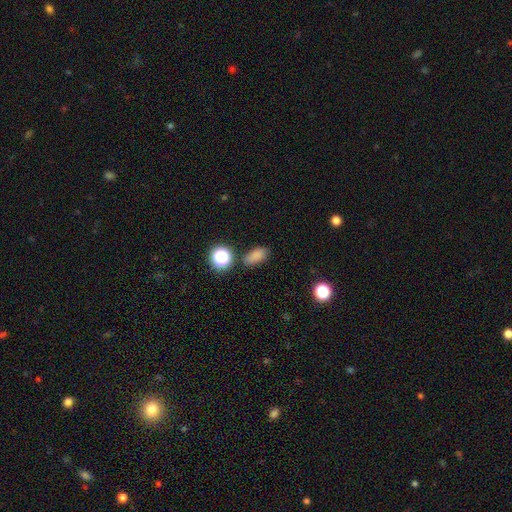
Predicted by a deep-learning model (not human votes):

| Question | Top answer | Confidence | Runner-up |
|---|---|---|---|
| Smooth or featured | smooth | 80% | star or artifact (15%) |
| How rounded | in between | 84% | round (12%) |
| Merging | none | 80% | minor disturbance (12%) |